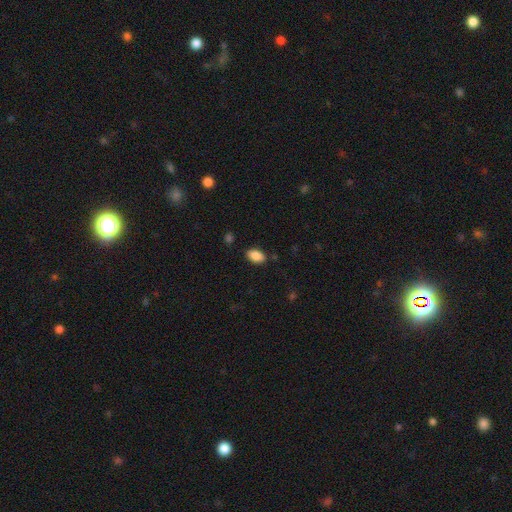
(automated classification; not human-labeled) A smooth galaxy with no disk features (88%) that is in between round and cigar-shaped (91%).

Vote fractions:
- Smooth or featured? smooth: 88% / star or artifact: 8% / featured or disk: 4%
- How rounded? in between: 91% / round: 7% / cigar-shaped: 2%
- Merging? none: 85% / minor disturbance: 11% / major disturbance: 3% / merger: 1%